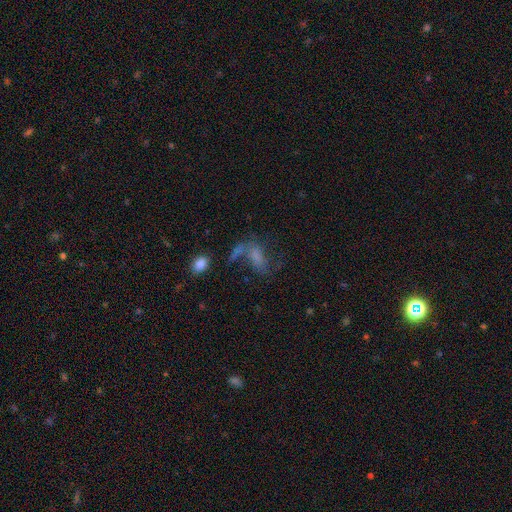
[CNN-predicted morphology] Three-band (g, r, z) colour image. It shows a smooth galaxy with no disk features (42%). Merging: none (34%).